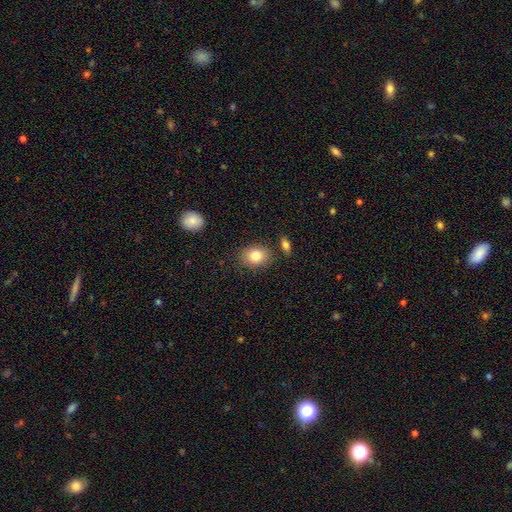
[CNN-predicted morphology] Smooth or featured?
  - smooth: 82% *
  - featured or disk: 9%
  - star or artifact: 9%
How rounded?
  - in between: 56% *
  - round: 43%
  - cigar-shaped: 1%
Merging?
  - none: 82% *
  - minor disturbance: 11%
  - merger: 4%
  - major disturbance: 3%